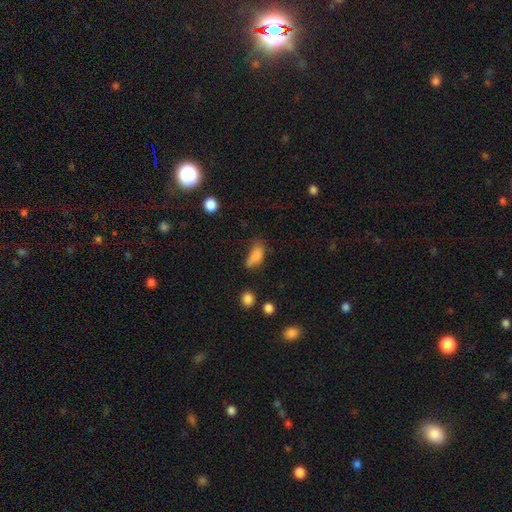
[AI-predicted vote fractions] Smooth or featured?
  - smooth: 80% *
  - star or artifact: 11%
  - featured or disk: 9%
How rounded?
  - in between: 83% *
  - cigar-shaped: 11%
  - round: 6%
Merging?
  - minor disturbance: 38% *
  - none: 36%
  - major disturbance: 21%
  - merger: 5%